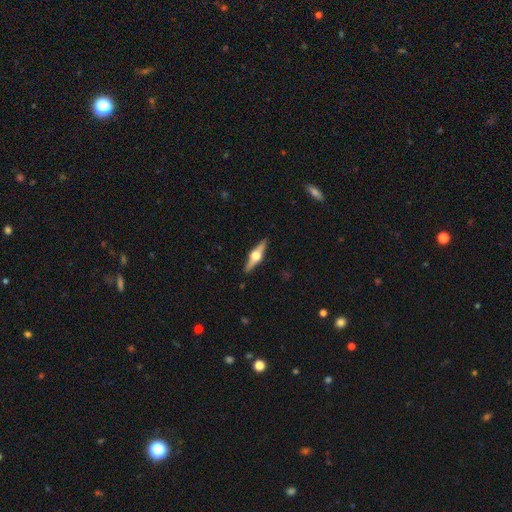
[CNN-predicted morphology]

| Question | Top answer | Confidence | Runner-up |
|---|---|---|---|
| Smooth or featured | featured or disk | 77% | smooth (17%) |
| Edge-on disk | yes | 97% | no (3%) |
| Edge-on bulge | rounded | 96% | boxy (3%) |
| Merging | none | 90% | minor disturbance (7%) |